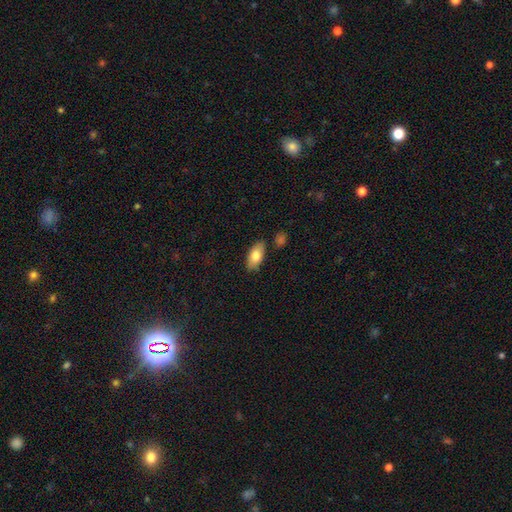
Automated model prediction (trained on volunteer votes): smooth_or_featured: smooth (p=0.79) [alt: featured or disk p=0.15]
how_rounded: in between (p=0.89) [alt: cigar-shaped p=0.08]
merging: none (p=0.83) [alt: minor disturbance p=0.11]